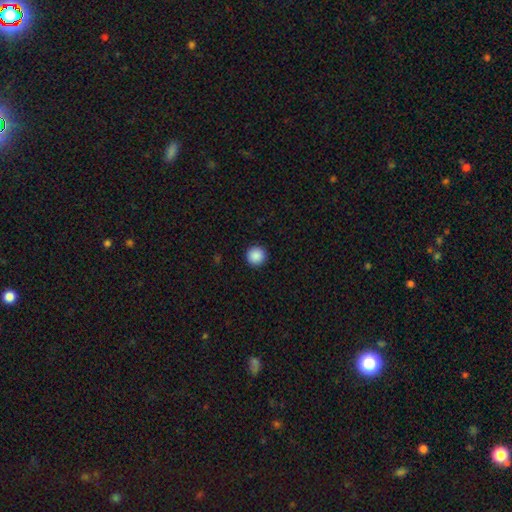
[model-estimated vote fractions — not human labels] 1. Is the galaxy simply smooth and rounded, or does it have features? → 89% smooth, 9% star or artifact, 2% featured or disk.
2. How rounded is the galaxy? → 96% round, 3% in between, 1% cigar-shaped.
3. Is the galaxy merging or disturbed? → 93% none, 4% minor disturbance, 2% major disturbance, 1% merger.